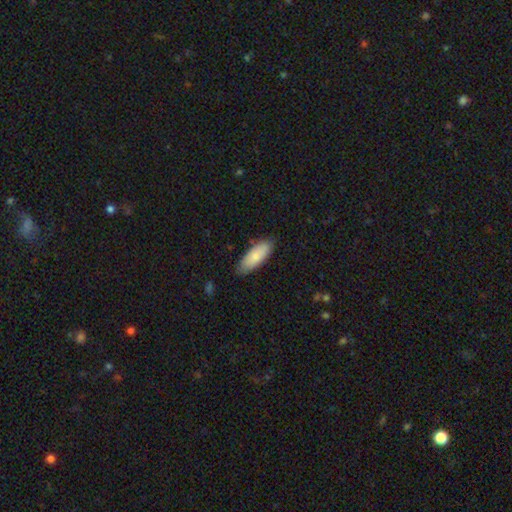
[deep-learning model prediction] A smooth galaxy with no disk features (81%) that is in between round and cigar-shaped (75%). Merging: none (80%).